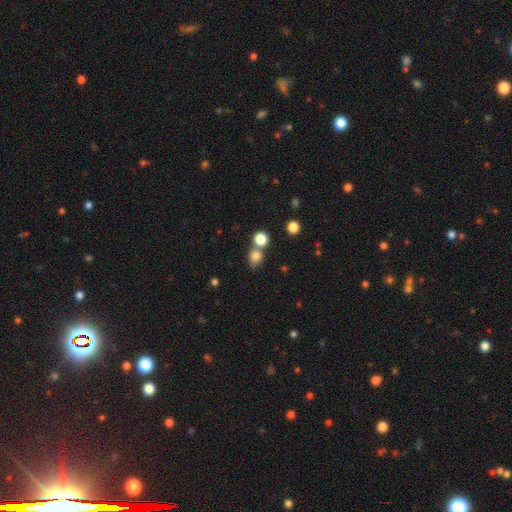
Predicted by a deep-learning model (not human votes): The model was most divided on "merging": none: 54%, merger: 33%, minor disturbance: 9%, major disturbance: 4%. More confident: smooth or featured — smooth (80%); how rounded — round (73%).